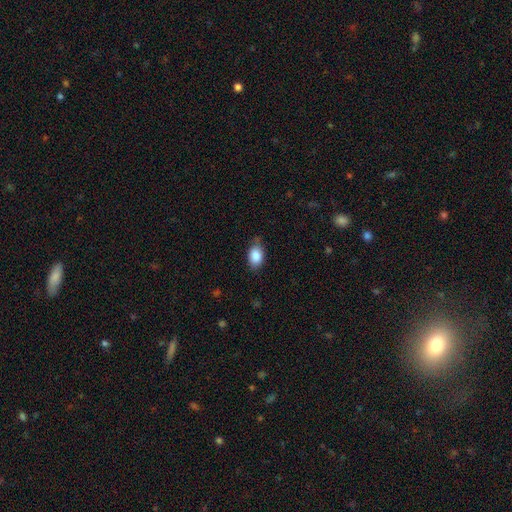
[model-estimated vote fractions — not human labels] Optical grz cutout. It shows a smooth galaxy with no disk features (87%) that is in between round and cigar-shaped (83%). Merging: none (70%).